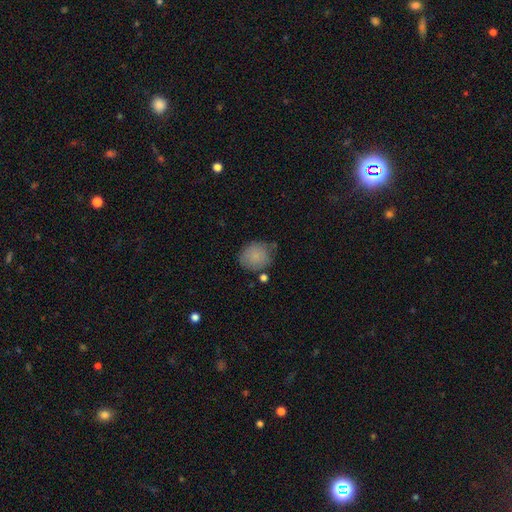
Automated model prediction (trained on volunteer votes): Morphology: type=smooth (84%); roundness=round (75%); merging=none (68%).